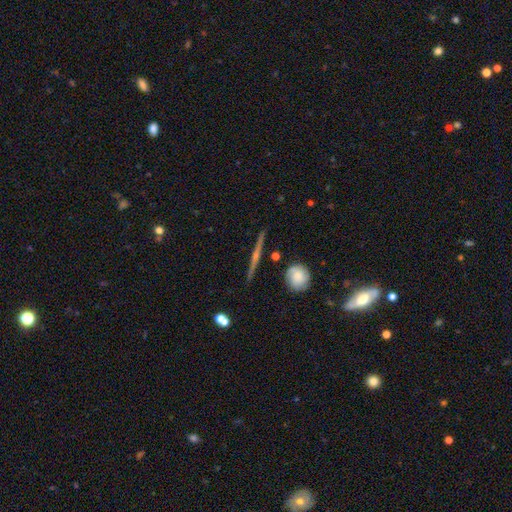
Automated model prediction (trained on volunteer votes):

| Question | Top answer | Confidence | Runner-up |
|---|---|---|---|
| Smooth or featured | featured or disk | 79% | smooth (14%) |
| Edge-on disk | yes | 97% | no (3%) |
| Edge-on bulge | rounded | 72% | none (19%) |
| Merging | none | 89% | minor disturbance (7%) |